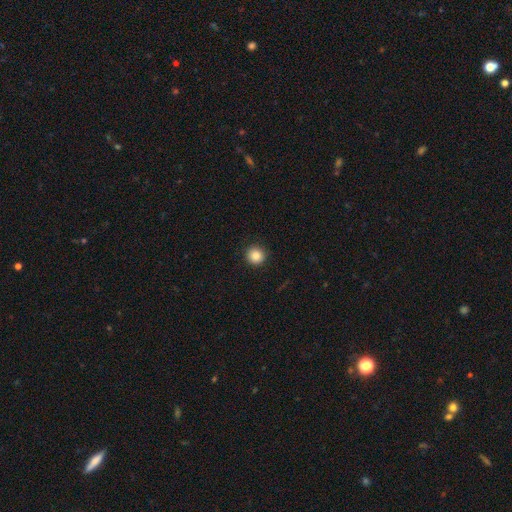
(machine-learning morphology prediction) smooth-or-featured: smooth: 86% | star or artifact: 10% | featured or disk: 4%
  how-rounded: round: 95% | in between: 4% | cigar-shaped: 1%
  merging: none: 92% | minor disturbance: 5% | major disturbance: 2% | merger: 1%